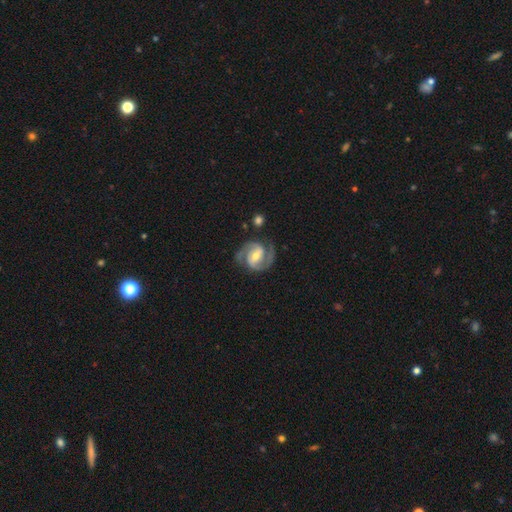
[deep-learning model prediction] This is clearly a featured or disk galaxy (91%). It is clearly not viewed edge-on (98%). Bar: marginally weak (42%). Spiral arm pattern: clearly yes (98%). Spiral arm count: clearly 2 (93%). Spiral winding: possibly medium (55%). Central bulge: possibly moderate (58%). Merging: clearly none (80%).